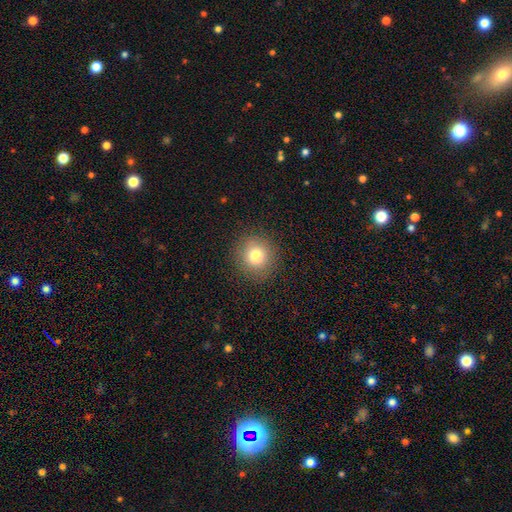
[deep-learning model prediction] smooth-or-featured: smooth: 79% | star or artifact: 12% | featured or disk: 9%
  how-rounded: round: 92% | in between: 7% | cigar-shaped: 1%
  merging: none: 90% | minor disturbance: 7% | major disturbance: 3% | merger: 1%